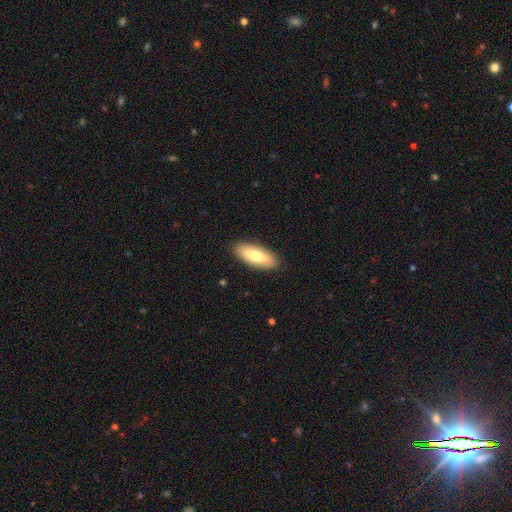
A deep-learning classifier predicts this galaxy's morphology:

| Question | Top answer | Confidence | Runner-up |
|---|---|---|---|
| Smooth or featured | smooth | 68% | featured or disk (27%) |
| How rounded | in between | 78% | cigar-shaped (20%) |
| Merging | none | 89% | minor disturbance (9%) |